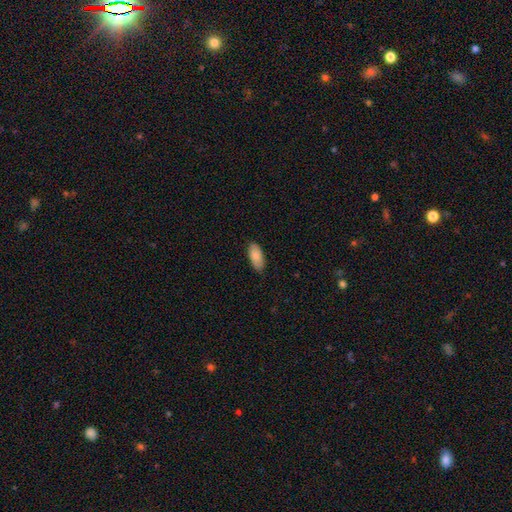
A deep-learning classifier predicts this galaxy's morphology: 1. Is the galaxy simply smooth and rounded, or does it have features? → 87% smooth, 7% featured or disk, 6% star or artifact.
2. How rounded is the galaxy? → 90% in between, 8% cigar-shaped, 2% round.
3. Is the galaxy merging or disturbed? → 84% none, 13% minor disturbance, 2% major disturbance, 1% merger.